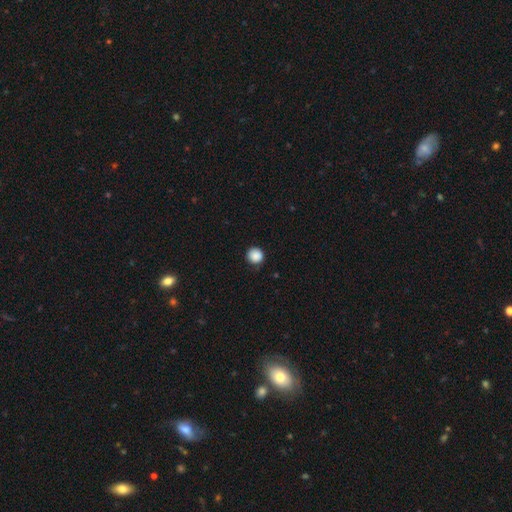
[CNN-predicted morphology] type=smooth (88%); roundness=round (94%); merging=none (87%).